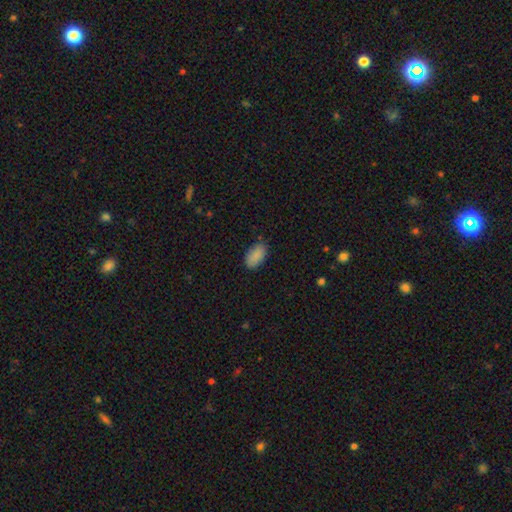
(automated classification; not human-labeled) smooth_or_featured: smooth (p=0.88) [alt: star or artifact p=0.07]
how_rounded: in between (p=0.94) [alt: round p=0.04]
merging: none (p=0.83) [alt: minor disturbance p=0.13]